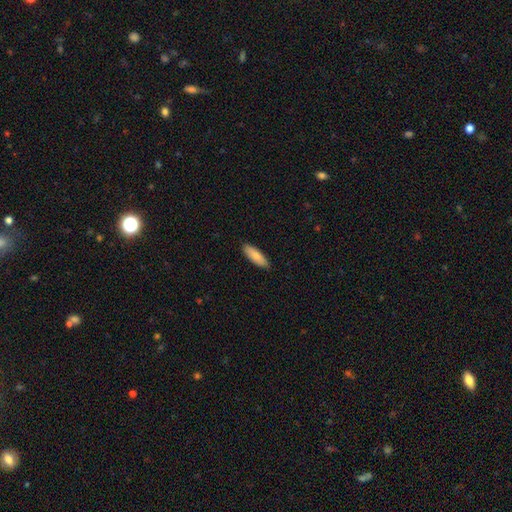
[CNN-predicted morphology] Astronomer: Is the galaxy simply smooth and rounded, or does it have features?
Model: smooth — 82%.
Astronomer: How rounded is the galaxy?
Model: in between — 58% (runner-up: cigar-shaped, 40%).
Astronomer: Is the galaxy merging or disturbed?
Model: none — 89%.